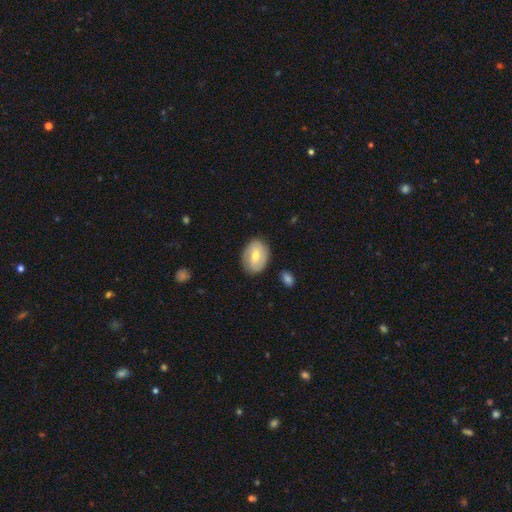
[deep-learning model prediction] A smooth galaxy with no disk features (50%).

Vote fractions:
- Smooth or featured? smooth: 50% / featured or disk: 43% / star or artifact: 7%
- Merging? none: 81% / minor disturbance: 14% / major disturbance: 4% / merger: 2%